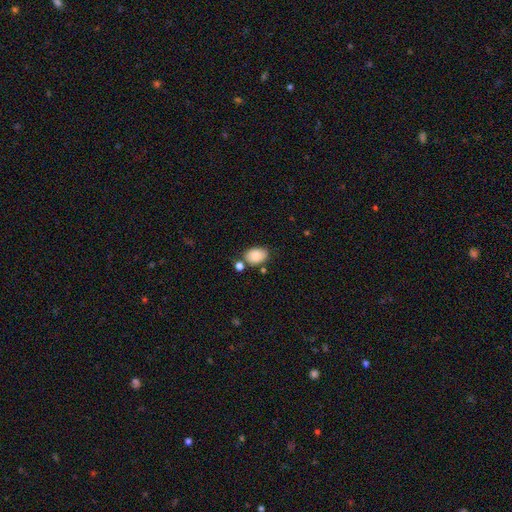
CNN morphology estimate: A smooth galaxy with no disk features (83%) that is in between round and cigar-shaped (84%).

Vote fractions:
- Smooth or featured? smooth: 83% / featured or disk: 9% / star or artifact: 8%
- How rounded? in between: 84% / round: 15% / cigar-shaped: 1%
- Merging? none: 66% / minor disturbance: 18% / merger: 11% / major disturbance: 4%